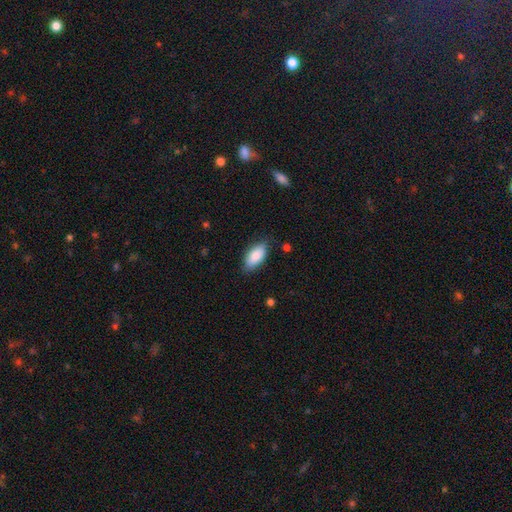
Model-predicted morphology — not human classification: A smooth galaxy with no disk features (86%) that is in between round and cigar-shaped (90%). Merging: none (80%).